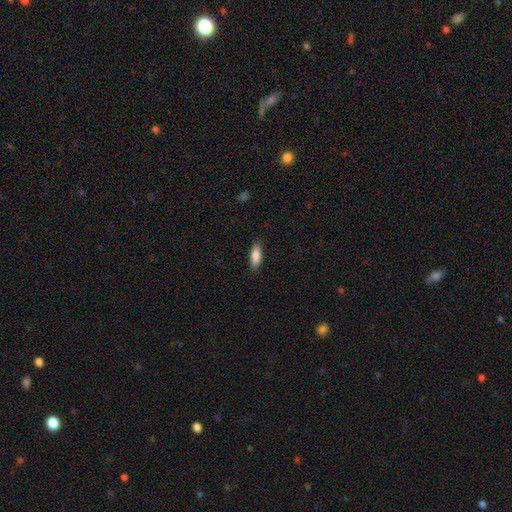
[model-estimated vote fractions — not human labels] Smooth or featured? smooth (86%)
How rounded? in between (57%)
Merging? none (87%)